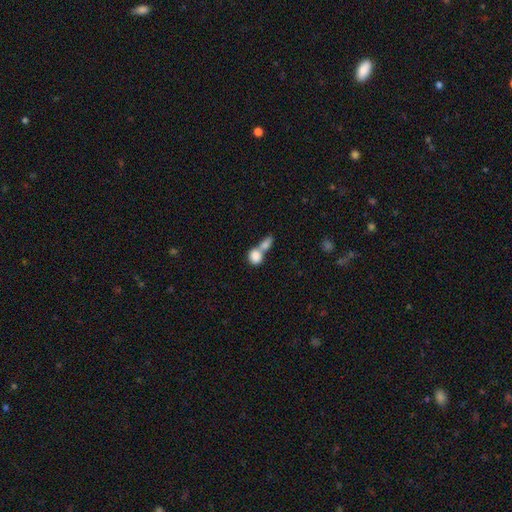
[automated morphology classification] This is clearly a smooth galaxy (83%). How rounded: possibly round (50%). Merging: likely merger (69%).